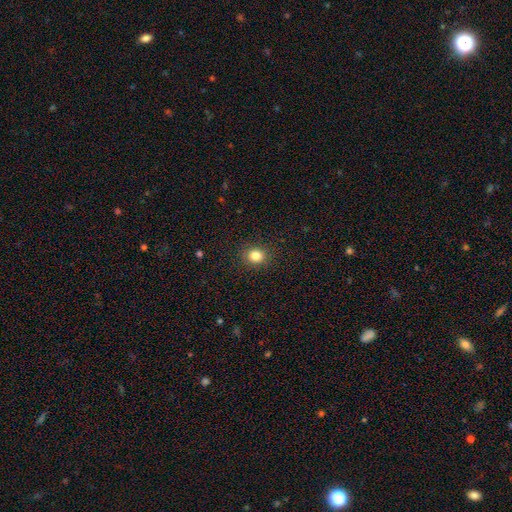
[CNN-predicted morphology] This appears to be a smooth galaxy with no disk features (83%) that is round (73%). Merging: none (90%).